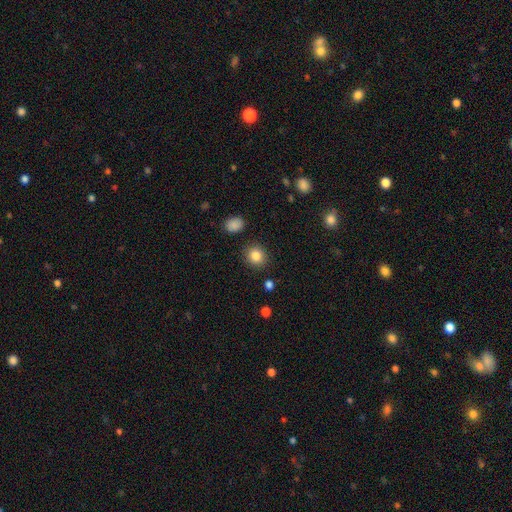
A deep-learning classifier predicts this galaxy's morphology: Overall: smooth (85%). How rounded: round (83%). Merging: none (89%).